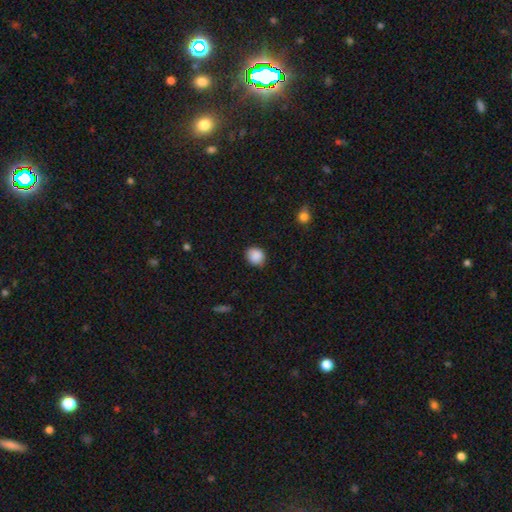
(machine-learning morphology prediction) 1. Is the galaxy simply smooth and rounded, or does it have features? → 88% smooth, 8% star or artifact, 4% featured or disk.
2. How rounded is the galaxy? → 67% round, 32% in between, 1% cigar-shaped.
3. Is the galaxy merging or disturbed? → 83% none, 13% minor disturbance, 3% major disturbance, 1% merger.